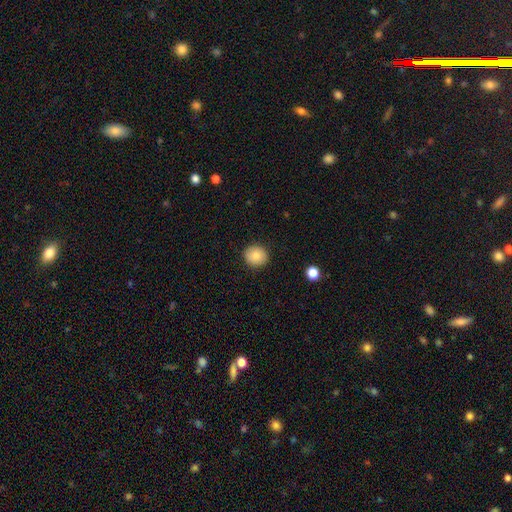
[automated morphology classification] The model was most divided on "smooth or featured": smooth: 82%, featured or disk: 9%, star or artifact: 9%. More confident: merging — none (91%); how rounded — round (89%).